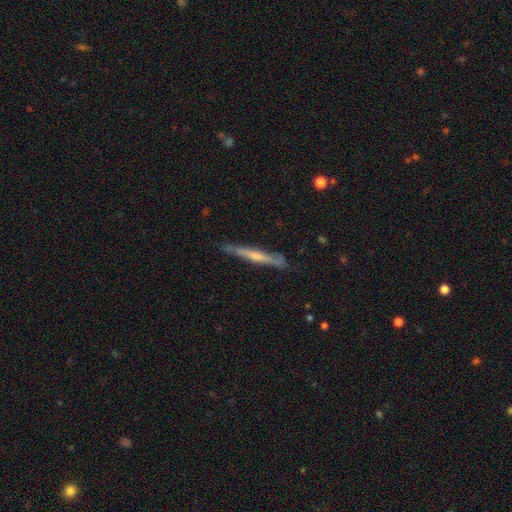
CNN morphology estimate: Smooth or featured? featured or disk (59%)
Edge-on disk? yes (95%)
Edge-on bulge? none (45%)
Merging? none (83%)